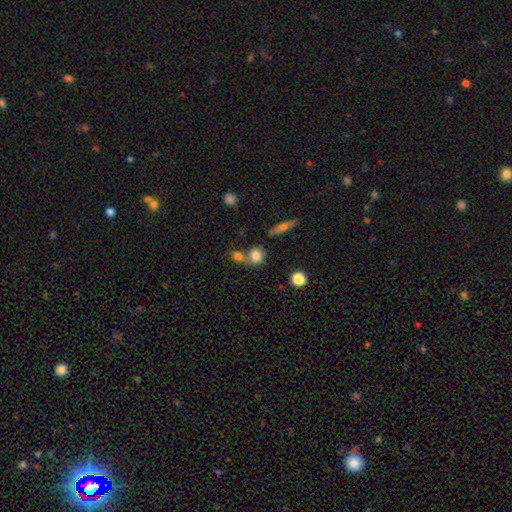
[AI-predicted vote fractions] smooth 80%, star or artifact 10%, featured or disk 10%. Down the decision tree: how rounded — round (73%); merging — none (45%).